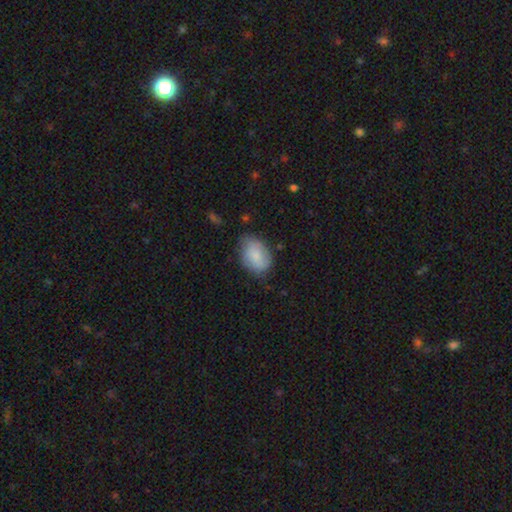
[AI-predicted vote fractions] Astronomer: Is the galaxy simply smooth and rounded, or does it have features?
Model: smooth — 74%.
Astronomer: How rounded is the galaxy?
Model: in between — 81%.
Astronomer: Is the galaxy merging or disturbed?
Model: none — 66%.